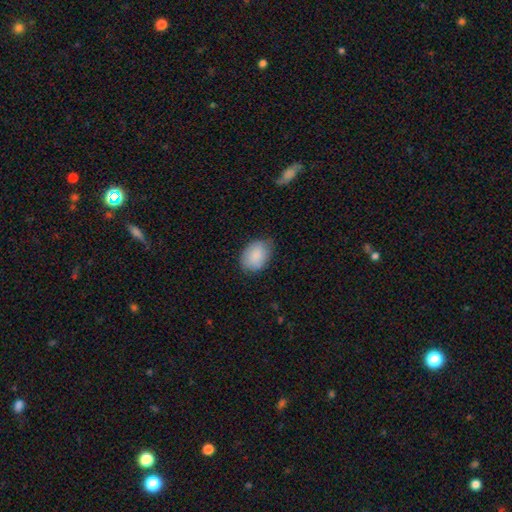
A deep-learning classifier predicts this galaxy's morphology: Overall: smooth (88%). How rounded: in between (80%). Merging: none (72%).